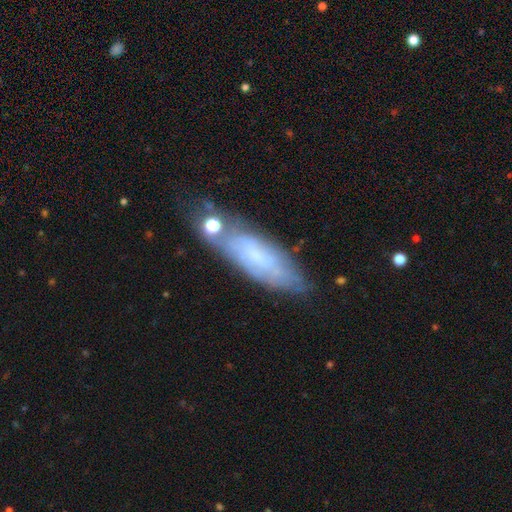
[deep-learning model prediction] smooth_or_featured: smooth (p=0.45) [tied with: featured or disk p=0.45]
merging: none (p=0.60) [alt: minor disturbance p=0.23]